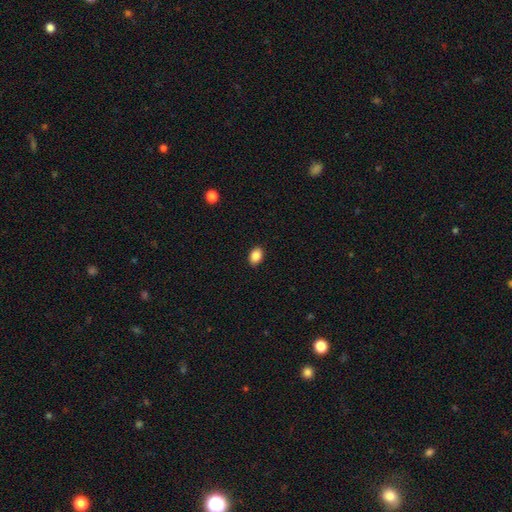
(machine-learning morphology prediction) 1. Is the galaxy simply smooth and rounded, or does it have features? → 87% smooth, 8% star or artifact, 4% featured or disk.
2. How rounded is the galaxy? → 78% in between, 21% round, 1% cigar-shaped.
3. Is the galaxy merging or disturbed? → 90% none, 7% minor disturbance, 2% major disturbance, 1% merger.